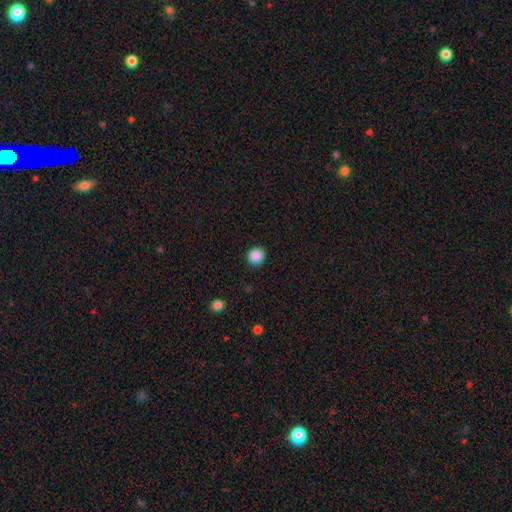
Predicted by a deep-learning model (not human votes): A smooth galaxy with no disk features (88%) that is round (92%).

Vote fractions:
- Smooth or featured? smooth: 88% / star or artifact: 10% / featured or disk: 2%
- How rounded? round: 92% / in between: 7% / cigar-shaped: 1%
- Merging? none: 91% / minor disturbance: 6% / major disturbance: 2% / merger: 1%